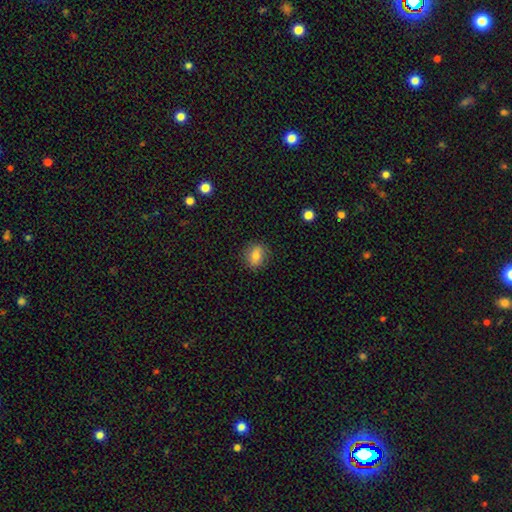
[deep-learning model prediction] smooth 79%, featured or disk 12%, star or artifact 10%. Down the decision tree: how rounded — round (57%); merging — none (84%).